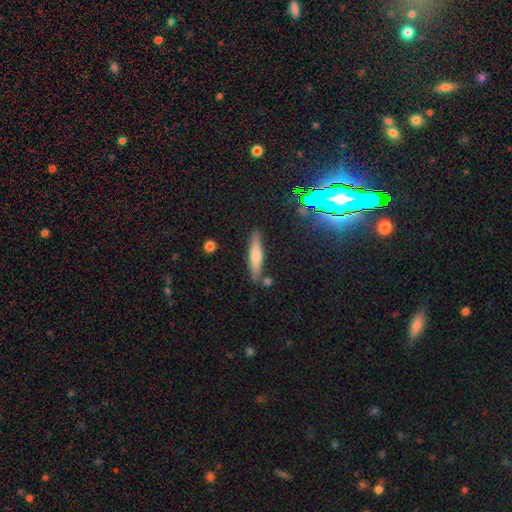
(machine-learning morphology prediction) smooth-or-featured: smooth: 57% | featured or disk: 32% | star or artifact: 11%
  how-rounded: cigar-shaped: 84% | in between: 14% | round: 2%
  merging: none: 82% | minor disturbance: 11% | merger: 5% | major disturbance: 3%